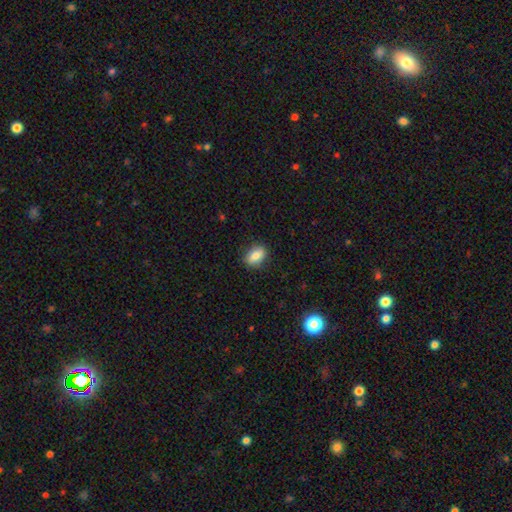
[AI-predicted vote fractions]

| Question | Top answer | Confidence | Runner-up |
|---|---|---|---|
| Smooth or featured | smooth | 79% | featured or disk (13%) |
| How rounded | in between | 79% | round (16%) |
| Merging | none | 85% | minor disturbance (12%) |